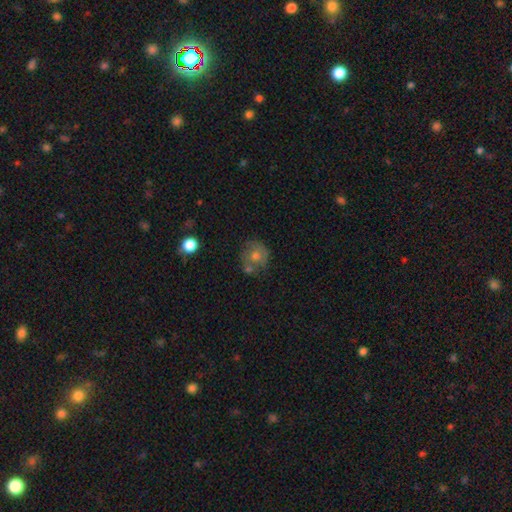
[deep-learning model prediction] A smooth galaxy with no disk features (62%) that is round (85%). Merging: none (58%).